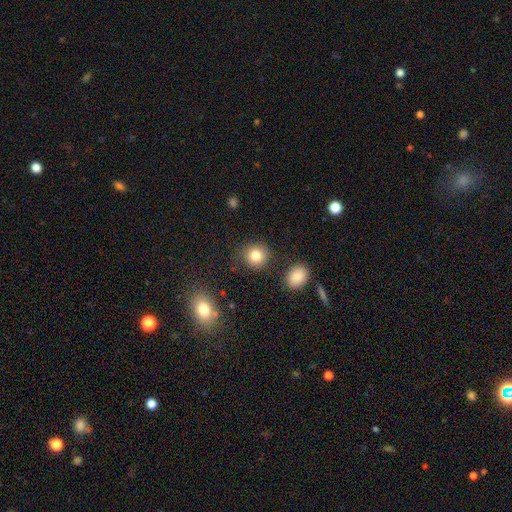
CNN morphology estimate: The model was most divided on "smooth or featured": smooth: 83%, star or artifact: 10%, featured or disk: 7%. More confident: how rounded — round (86%); merging — none (84%).